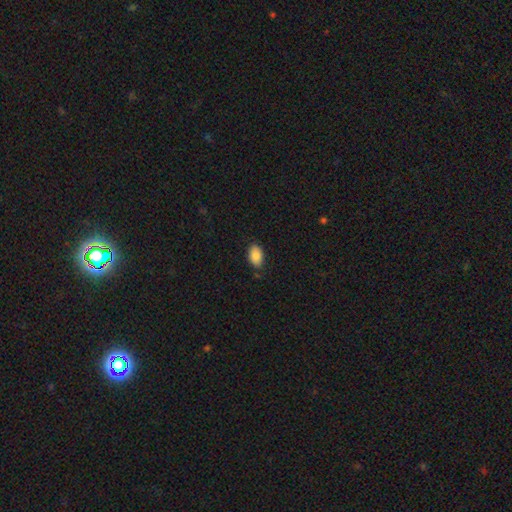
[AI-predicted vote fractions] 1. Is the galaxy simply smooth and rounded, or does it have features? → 86% smooth, 7% star or artifact, 6% featured or disk.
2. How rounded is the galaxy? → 91% in between, 8% round, 1% cigar-shaped.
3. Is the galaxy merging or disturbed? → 82% none, 14% minor disturbance, 3% major disturbance, 1% merger.